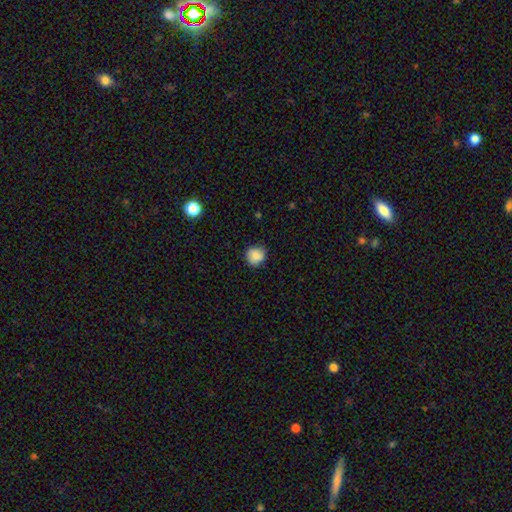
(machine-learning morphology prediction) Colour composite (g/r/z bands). It shows a smooth galaxy with no disk features (85%) that is round (85%). Merging: none (78%).